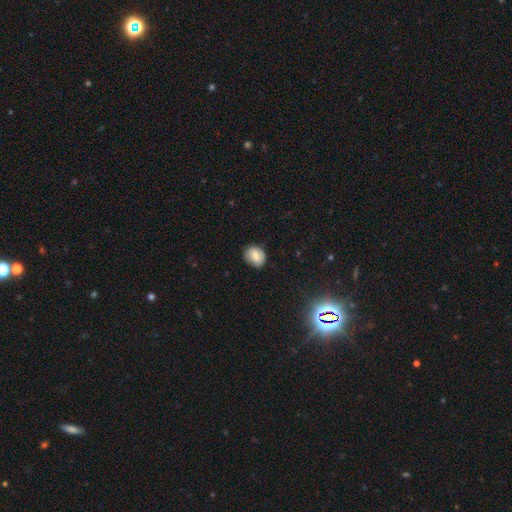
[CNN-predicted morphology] smooth 75%, featured or disk 15%, star or artifact 10%. Down the decision tree: how rounded — round (61%); merging — none (78%).